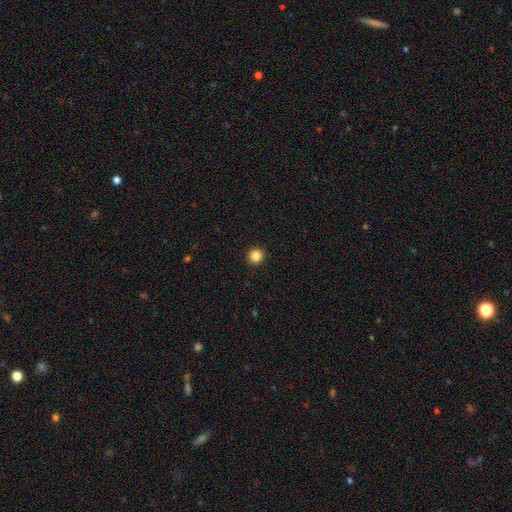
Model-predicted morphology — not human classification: Smooth or featured: smooth — 85% (star or artifact — 11%)
How rounded: round — 95% (in between — 4%)
Merging: none — 94% (minor disturbance — 4%)